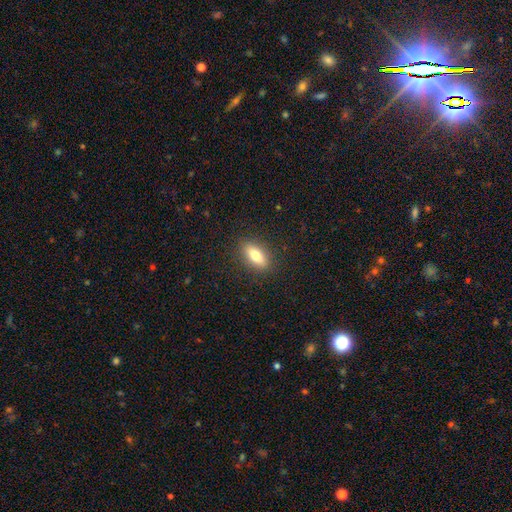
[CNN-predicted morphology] smooth 72%, featured or disk 21%, star or artifact 8%. Down the decision tree: how rounded — in between (75%); merging — none (88%).